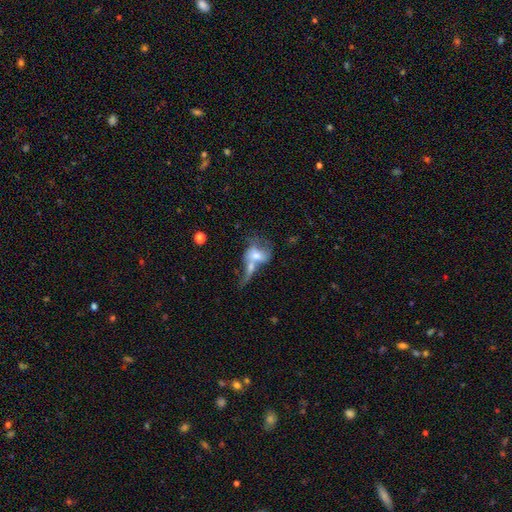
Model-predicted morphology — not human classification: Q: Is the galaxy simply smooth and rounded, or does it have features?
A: smooth — 52%.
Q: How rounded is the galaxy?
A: in between — 64%.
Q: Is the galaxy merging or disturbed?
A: merger — 66%.